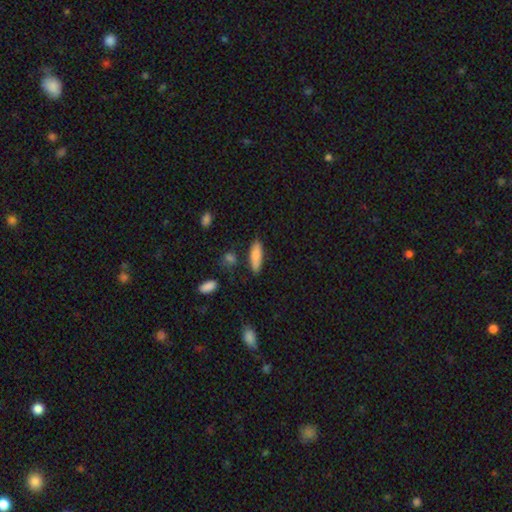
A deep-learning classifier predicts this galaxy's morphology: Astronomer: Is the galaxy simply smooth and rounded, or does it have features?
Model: smooth — 83%.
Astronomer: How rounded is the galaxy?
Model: cigar-shaped — 52% (runner-up: in between, 46%).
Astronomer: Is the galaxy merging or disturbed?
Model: none — 79%.